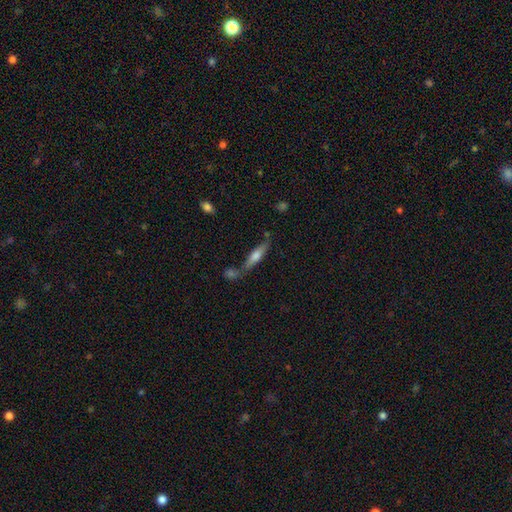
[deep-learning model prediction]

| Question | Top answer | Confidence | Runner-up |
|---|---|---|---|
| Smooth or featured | smooth | 58% | featured or disk (35%) |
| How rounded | cigar-shaped | 75% | in between (23%) |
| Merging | none | 63% | merger (18%) |